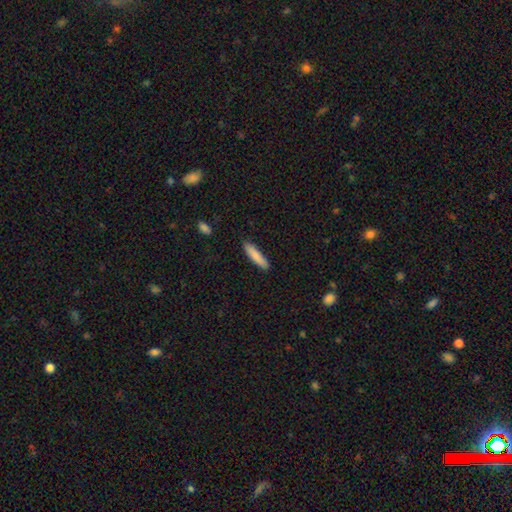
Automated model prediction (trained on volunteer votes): Morphology: type=smooth (84%); roundness=cigar-shaped (81%); merging=none (87%).